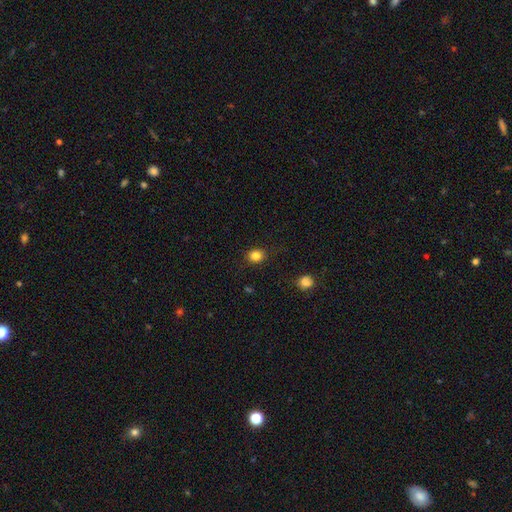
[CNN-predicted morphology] smooth 83%, star or artifact 12%, featured or disk 5%. Down the decision tree: how rounded — round (73%); merging — none (87%).